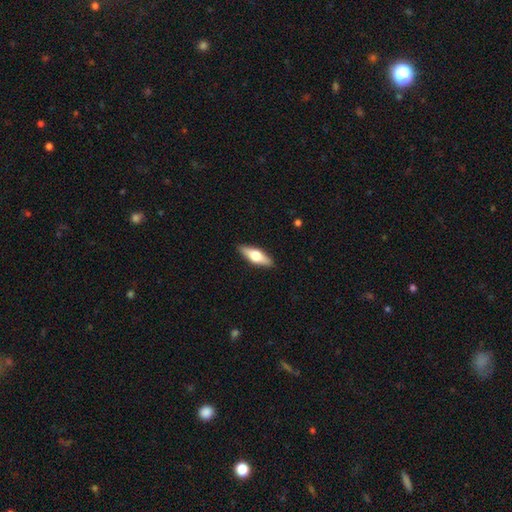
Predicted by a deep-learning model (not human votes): Morphology: type=smooth (50%); merging=none (89%).